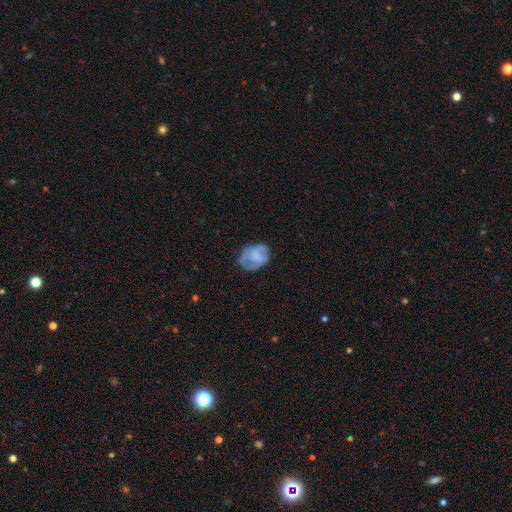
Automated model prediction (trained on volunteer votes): Q: Smooth or featured?
A: smooth (56%); runner-up: featured or disk (35%)
Q: How rounded?
A: in between (66%); runner-up: round (33%)
Q: Merging?
A: none (56%); runner-up: minor disturbance (28%)